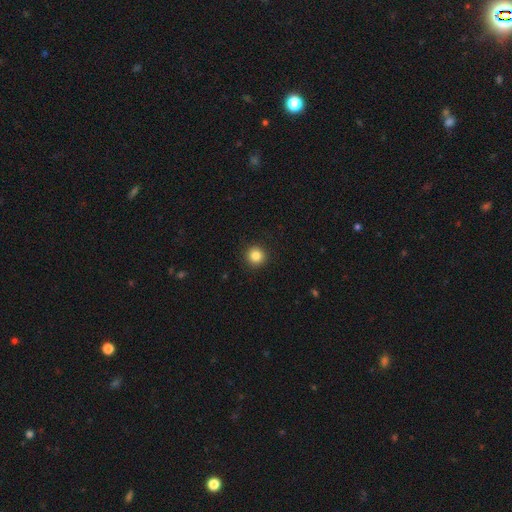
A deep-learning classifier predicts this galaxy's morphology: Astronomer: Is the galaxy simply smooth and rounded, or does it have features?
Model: smooth — 84%.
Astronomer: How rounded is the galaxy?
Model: round — 95%.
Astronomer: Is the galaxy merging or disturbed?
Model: none — 93%.